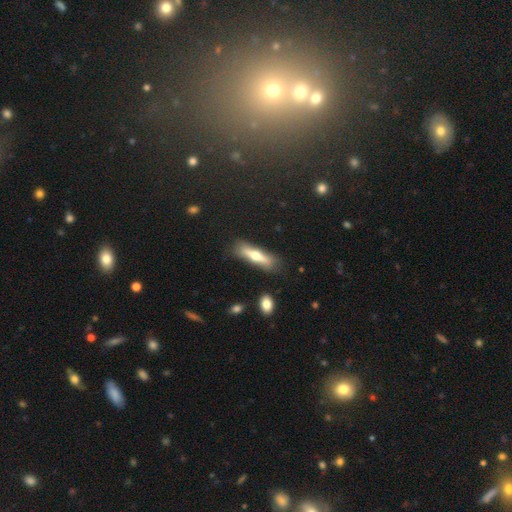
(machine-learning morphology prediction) Smooth or featured: smooth — 49% (featured or disk — 44%)
Merging: none — 79% (minor disturbance — 14%)